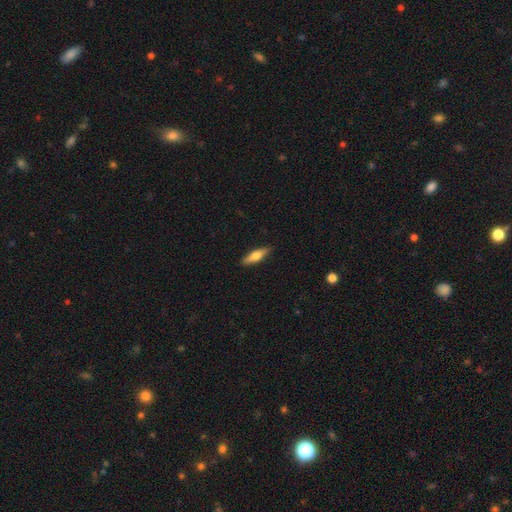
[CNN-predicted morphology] A smooth galaxy with no disk features (62%) that is cigar-shaped (59%).

Vote fractions:
- Smooth or featured? smooth: 62% / featured or disk: 32% / star or artifact: 6%
- How rounded? cigar-shaped: 59% / in between: 39% / round: 2%
- Merging? none: 88% / minor disturbance: 9% / major disturbance: 2% / merger: 1%